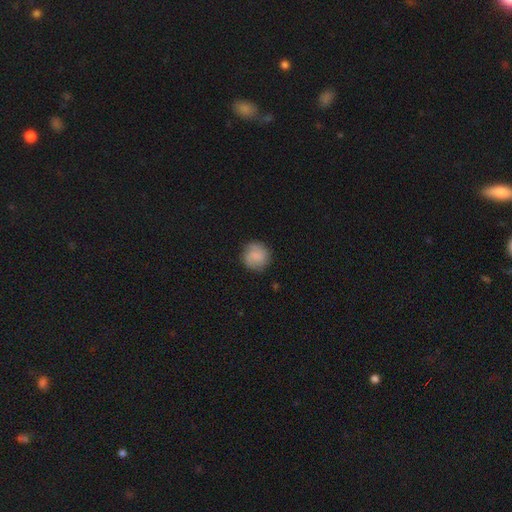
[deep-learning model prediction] Overall: smooth (73%). How rounded: round (92%). Merging: none (84%).